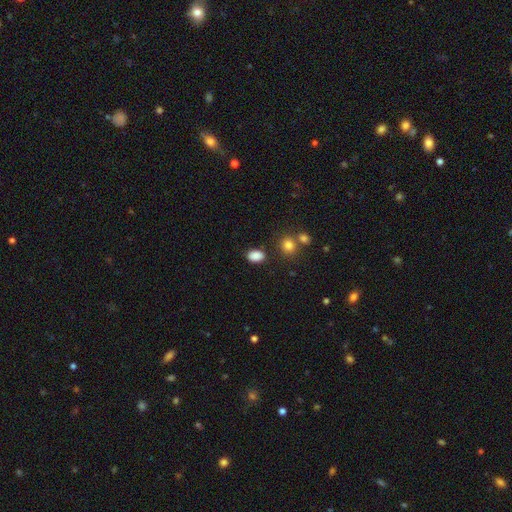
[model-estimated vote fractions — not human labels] This appears to be a smooth galaxy with no disk features (86%) that is in between round and cigar-shaped (80%). Merging: none (80%).